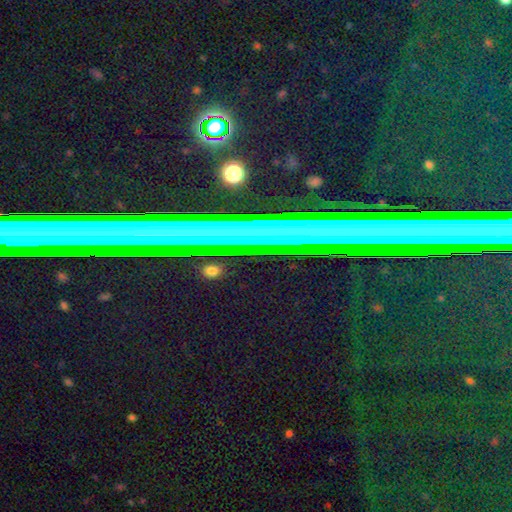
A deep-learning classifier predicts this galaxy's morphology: type=star or artifact (54%).